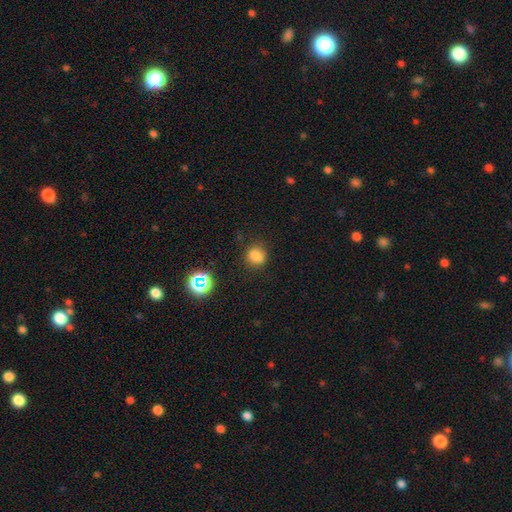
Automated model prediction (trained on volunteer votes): Smooth or featured?
  - smooth: 76% *
  - star or artifact: 16%
  - featured or disk: 7%
How rounded?
  - round: 65% *
  - in between: 33%
  - cigar-shaped: 1%
Merging?
  - none: 73% *
  - minor disturbance: 17%
  - merger: 5%
  - major disturbance: 5%